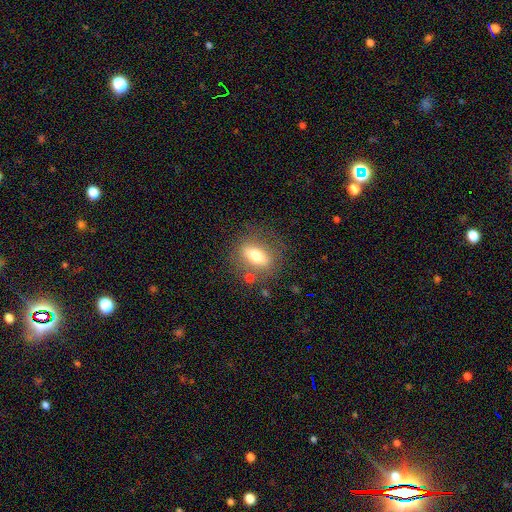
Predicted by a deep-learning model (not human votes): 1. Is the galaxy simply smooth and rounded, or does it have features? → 57% smooth, 34% featured or disk, 9% star or artifact.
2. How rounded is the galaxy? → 67% in between, 17% cigar-shaped, 16% round.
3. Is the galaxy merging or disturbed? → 76% none, 13% minor disturbance, 6% major disturbance, 4% merger.